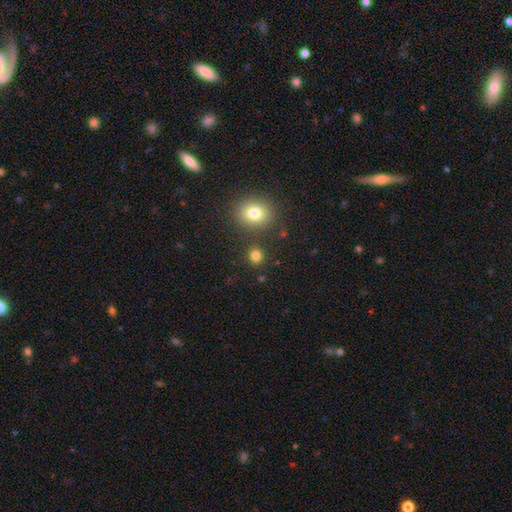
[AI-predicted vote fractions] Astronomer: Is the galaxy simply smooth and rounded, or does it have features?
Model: smooth — 80%.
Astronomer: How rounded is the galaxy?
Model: round — 80%.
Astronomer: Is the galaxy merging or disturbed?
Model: none — 84%.